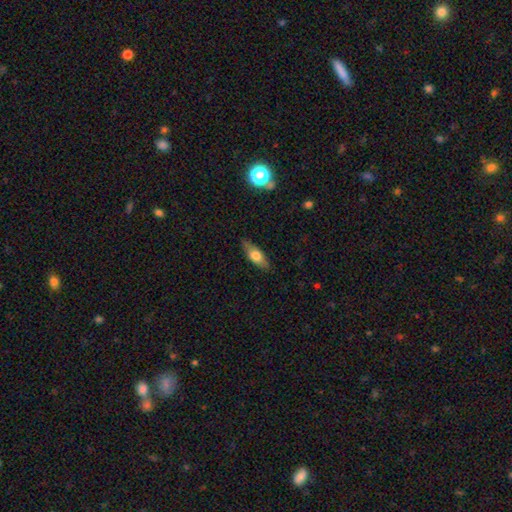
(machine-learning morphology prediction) Smooth or featured?
  - smooth: 62% *
  - featured or disk: 31%
  - star or artifact: 7%
How rounded?
  - in between: 65% *
  - cigar-shaped: 32%
  - round: 3%
Merging?
  - none: 84% *
  - minor disturbance: 12%
  - major disturbance: 2%
  - merger: 1%